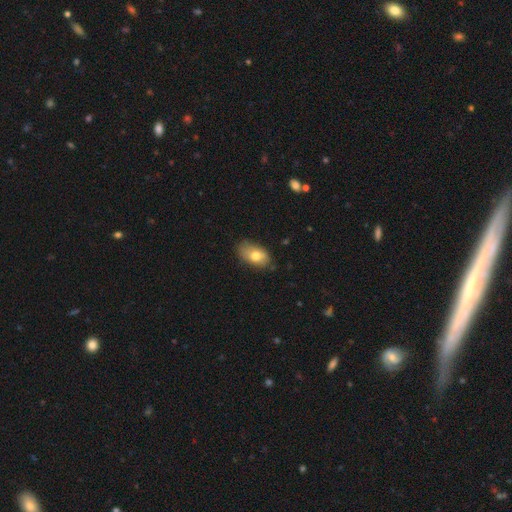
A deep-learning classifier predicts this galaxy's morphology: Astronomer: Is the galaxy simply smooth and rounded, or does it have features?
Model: smooth — 73%.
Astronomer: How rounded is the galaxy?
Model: in between — 90%.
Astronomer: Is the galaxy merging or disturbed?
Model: none — 72%.